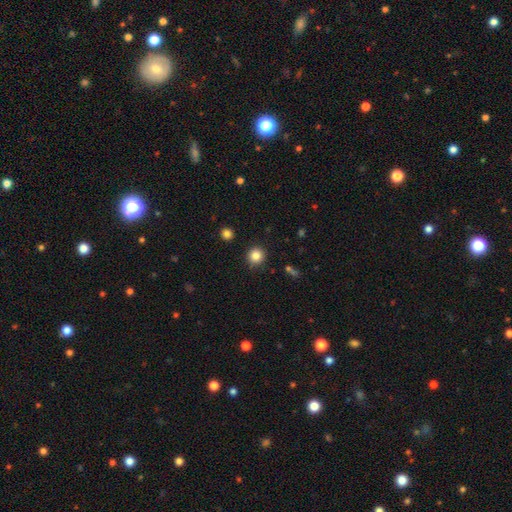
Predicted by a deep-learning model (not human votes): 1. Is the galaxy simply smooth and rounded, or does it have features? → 85% smooth, 11% star or artifact, 4% featured or disk.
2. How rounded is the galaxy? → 93% round, 6% in between, 1% cigar-shaped.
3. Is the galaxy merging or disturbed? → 90% none, 6% minor disturbance, 2% major disturbance, 2% merger.